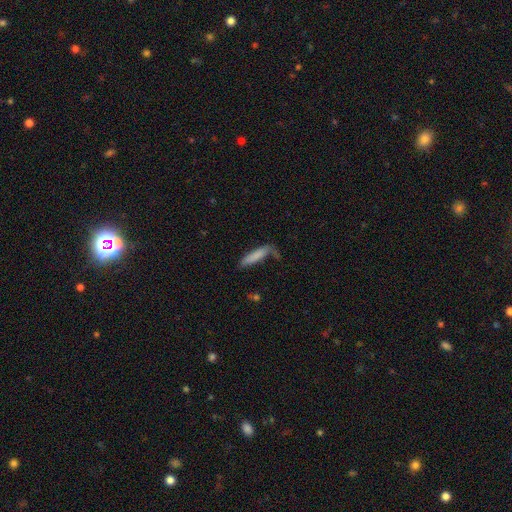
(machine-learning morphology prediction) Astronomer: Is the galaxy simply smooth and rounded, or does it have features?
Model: smooth — 79%.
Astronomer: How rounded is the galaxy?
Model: cigar-shaped — 77%.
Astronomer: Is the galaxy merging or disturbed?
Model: none — 53%.